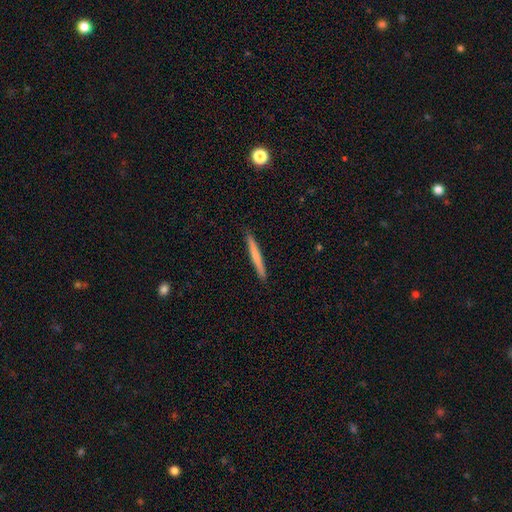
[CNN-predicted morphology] The model was most divided on "smooth or featured": smooth: 65%, featured or disk: 29%, star or artifact: 5%. More confident: how rounded — cigar-shaped (97%); merging — none (92%).